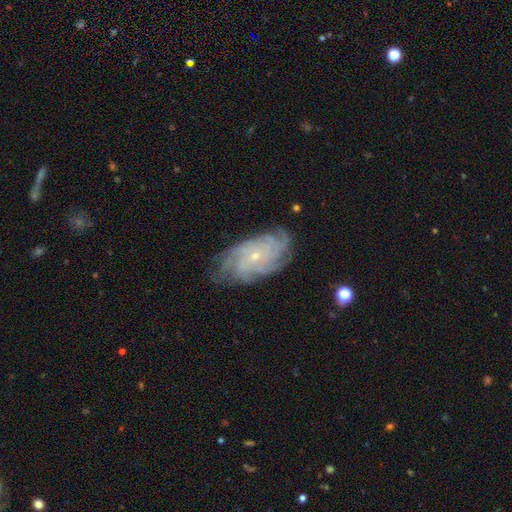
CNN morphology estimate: smooth-or-featured: featured or disk: 85% | smooth: 8% | star or artifact: 7%
  disk-edge-on: no: 95% | yes: 5%
    bar: no: 76% | weak: 20% | strong: 4%
    has-spiral-arms: yes: 97% | no: 3%
      spiral-winding: tight: 71% | medium: 24% | loose: 6%
      spiral-arm-count: 4: 29% | can't tell: 24% | more than 4: 24% | 3: 10% | 2: 7% | 1: 6%
    bulge-size: small: 80% | moderate: 16% | none: 2% | large: 1% | dominant: 1%
  merging: none: 78% | minor disturbance: 16% | major disturbance: 5% | merger: 1%